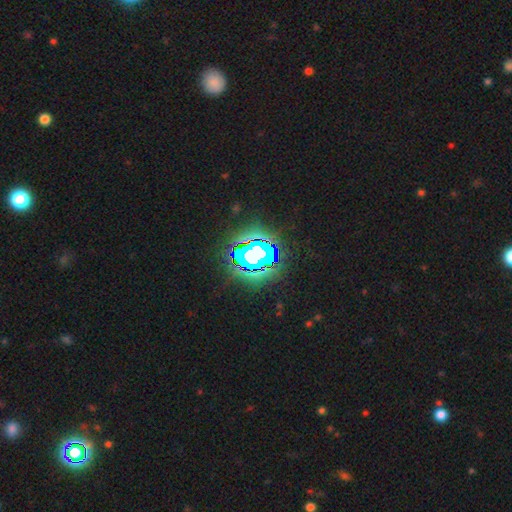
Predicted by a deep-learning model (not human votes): A star or artifact, not a galaxy (65%).

Vote fractions:
- Smooth or featured? star or artifact: 65% / smooth: 19% / featured or disk: 17%